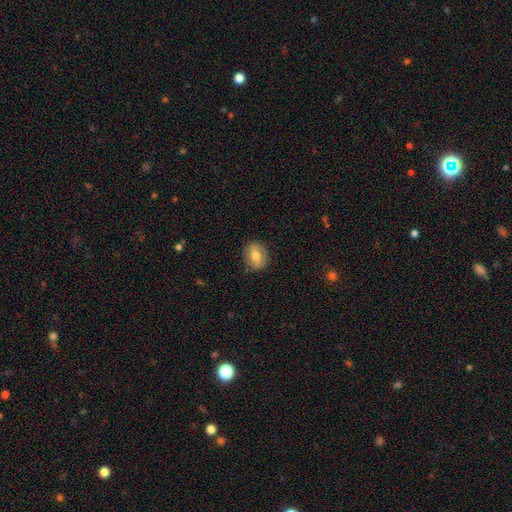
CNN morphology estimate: Overall: smooth (62%; featured or disk 30%). How rounded: round (52%; in between 47%). Merging: none (84%).